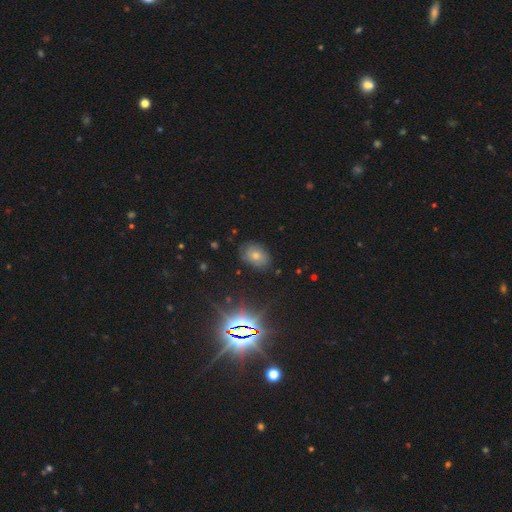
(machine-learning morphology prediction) star or artifact 46%, smooth 36%, featured or disk 18%.